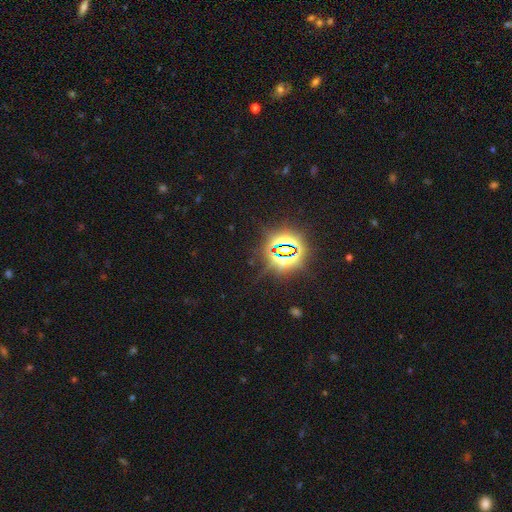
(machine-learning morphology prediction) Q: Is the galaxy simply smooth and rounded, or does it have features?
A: star or artifact — 80%.